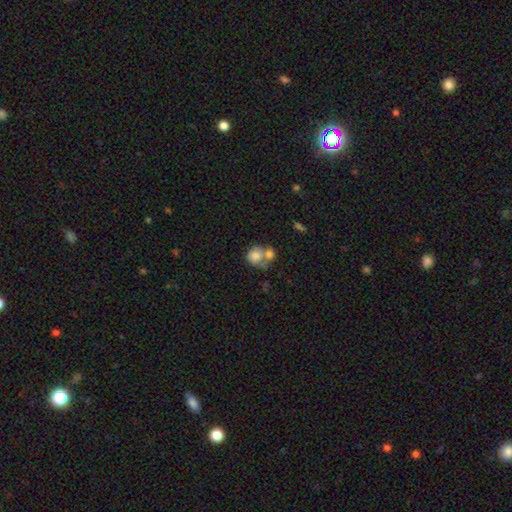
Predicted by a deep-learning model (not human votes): smooth-or-featured: smooth: 77% | featured or disk: 15% | star or artifact: 8%
  how-rounded: round: 75% | in between: 24% | cigar-shaped: 1%
  merging: merger: 57% | none: 28% | minor disturbance: 9% | major disturbance: 6%